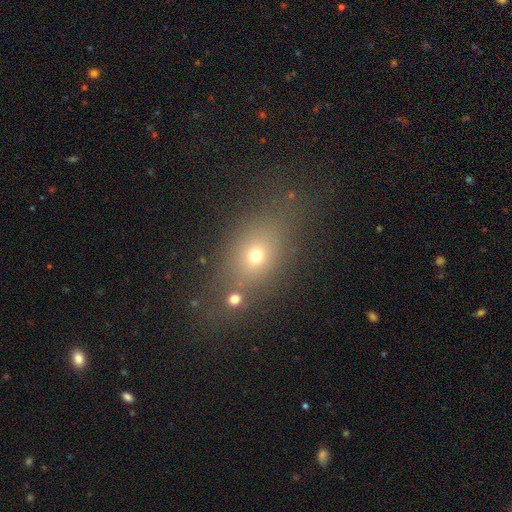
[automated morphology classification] Smooth or featured? smooth (64%)
How rounded? in between (63%)
Merging? none (67%)